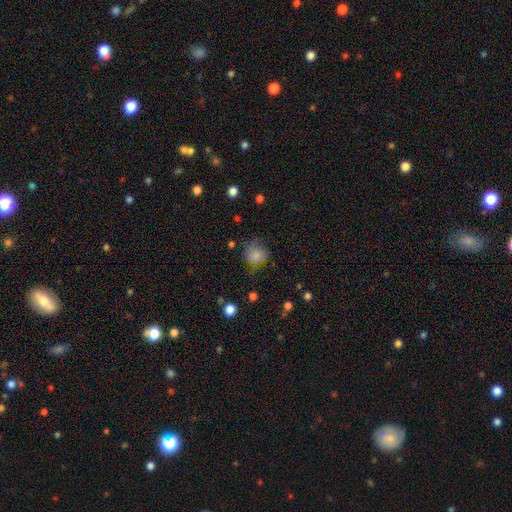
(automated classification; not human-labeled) A smooth galaxy with no disk features (54%) that is round (76%). Merging: none (60%).